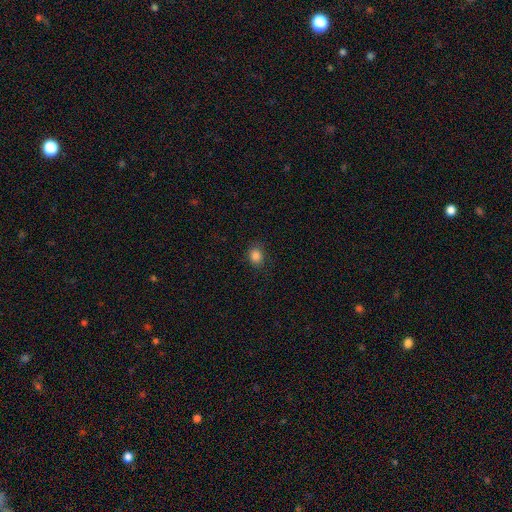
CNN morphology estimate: Overall: smooth (84%). How rounded: round (55%; in between 44%). Merging: none (85%).